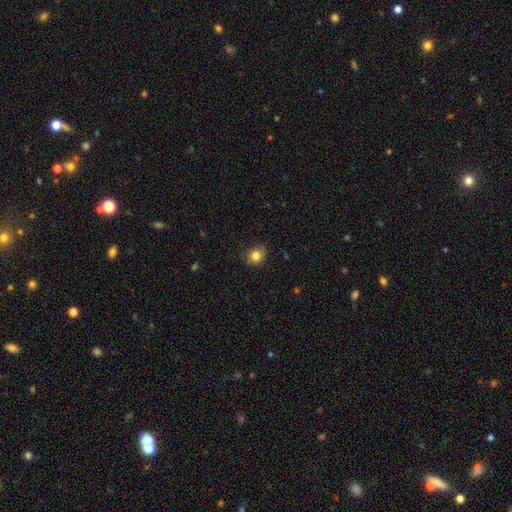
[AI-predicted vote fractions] smooth-or-featured: smooth: 82% | star or artifact: 10% | featured or disk: 7%
  how-rounded: round: 68% | in between: 31% | cigar-shaped: 1%
  merging: none: 71% | minor disturbance: 24% | major disturbance: 4% | merger: 1%